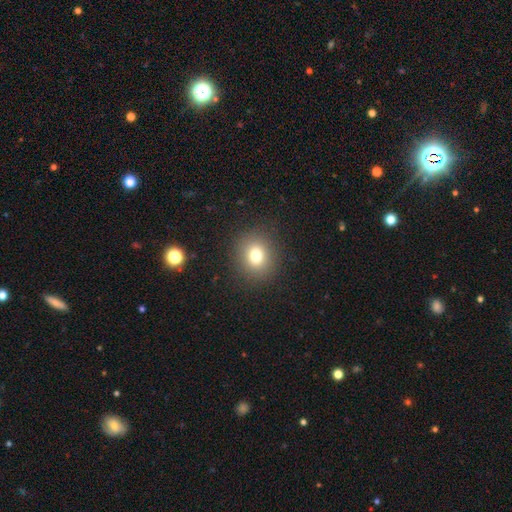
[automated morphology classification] This appears to be a smooth galaxy with no disk features (76%) that is round (78%). Merging: none (89%).